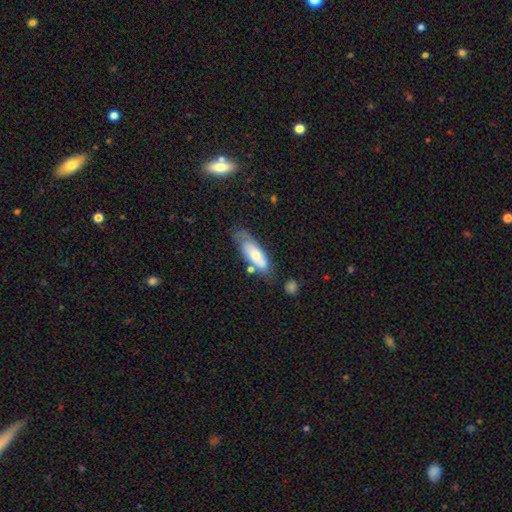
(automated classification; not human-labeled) smooth-or-featured: smooth: 58% | featured or disk: 35% | star or artifact: 6%
  how-rounded: in between: 70% | cigar-shaped: 28% | round: 2%
  merging: none: 51% | minor disturbance: 28% | major disturbance: 13% | merger: 9%